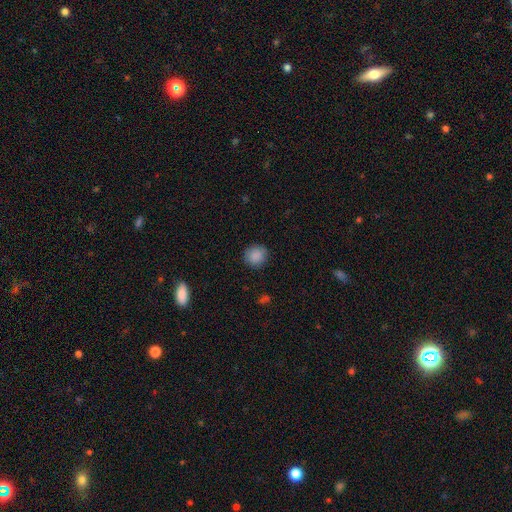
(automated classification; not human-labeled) A smooth galaxy with no disk features (88%) that is round (90%).

Vote fractions:
- Smooth or featured? smooth: 88% / star or artifact: 9% / featured or disk: 3%
- How rounded? round: 90% / in between: 9% / cigar-shaped: 1%
- Merging? none: 89% / minor disturbance: 8% / major disturbance: 2% / merger: 1%